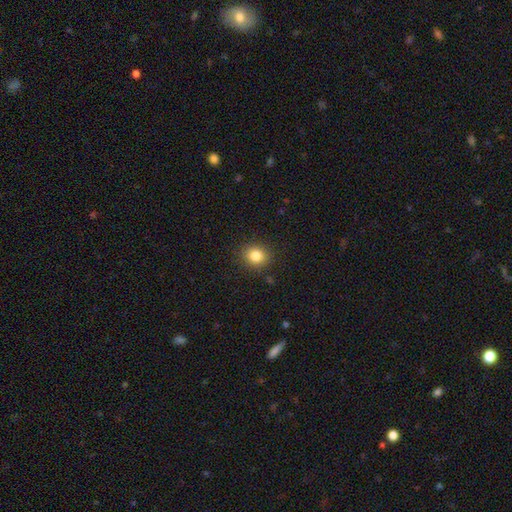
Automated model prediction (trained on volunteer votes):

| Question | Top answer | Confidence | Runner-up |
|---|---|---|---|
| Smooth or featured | smooth | 83% | star or artifact (11%) |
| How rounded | round | 78% | in between (21%) |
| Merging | none | 89% | minor disturbance (8%) |